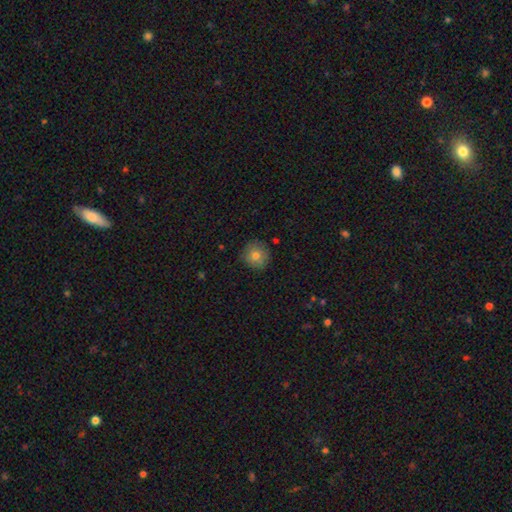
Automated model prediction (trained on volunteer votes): This is likely a smooth galaxy (78%). How rounded: clearly round (93%). Merging: clearly none (86%).